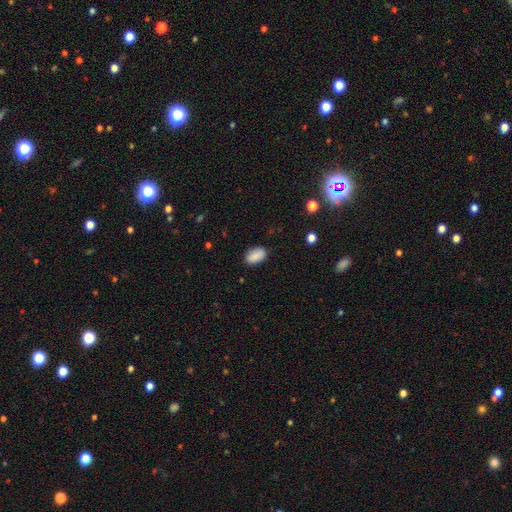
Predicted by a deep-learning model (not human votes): Overall: smooth (89%). How rounded: in between (92%). Merging: none (85%).